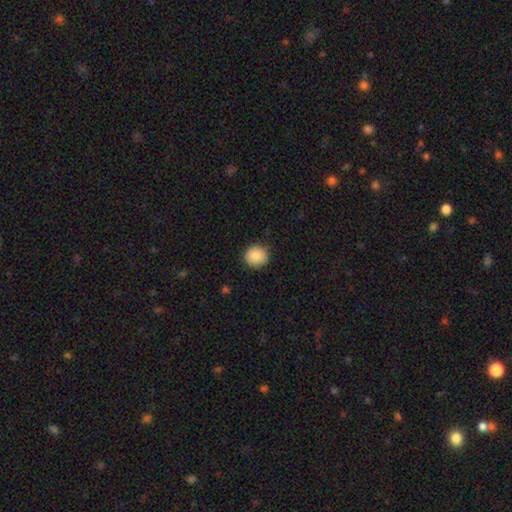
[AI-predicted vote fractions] smooth_or_featured: smooth (p=0.87) [alt: star or artifact p=0.08]
how_rounded: round (p=0.90) [alt: in between p=0.09]
merging: none (p=0.87) [alt: minor disturbance p=0.10]